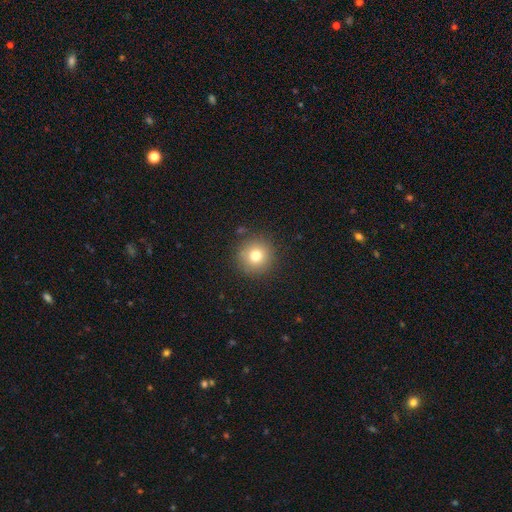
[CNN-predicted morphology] Smooth or featured: smooth — 76% (star or artifact — 13%)
How rounded: round — 95% (in between — 4%)
Merging: none — 89% (minor disturbance — 7%)